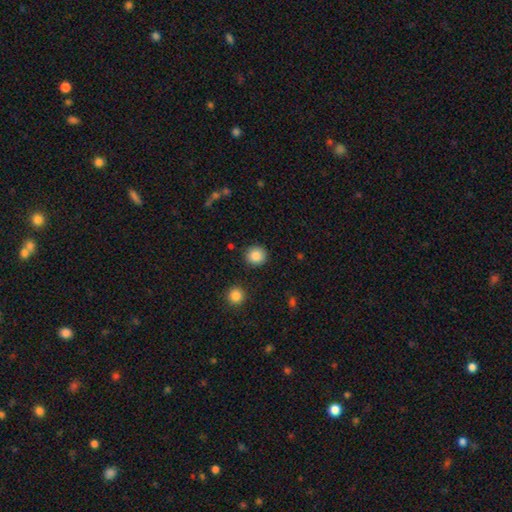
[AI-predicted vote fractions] A smooth galaxy with no disk features (87%) that is round (92%).

Vote fractions:
- Smooth or featured? smooth: 87% / star or artifact: 9% / featured or disk: 4%
- How rounded? round: 92% / in between: 7% / cigar-shaped: 1%
- Merging? none: 90% / minor disturbance: 6% / major disturbance: 2% / merger: 2%